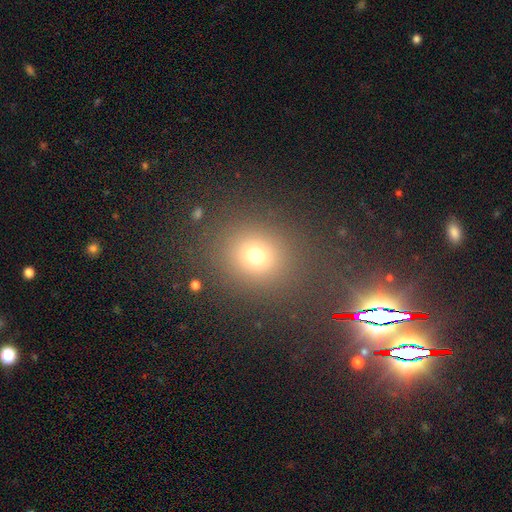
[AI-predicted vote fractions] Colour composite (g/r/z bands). It shows a smooth galaxy with no disk features (70%) that is round (78%). Merging: none (82%).